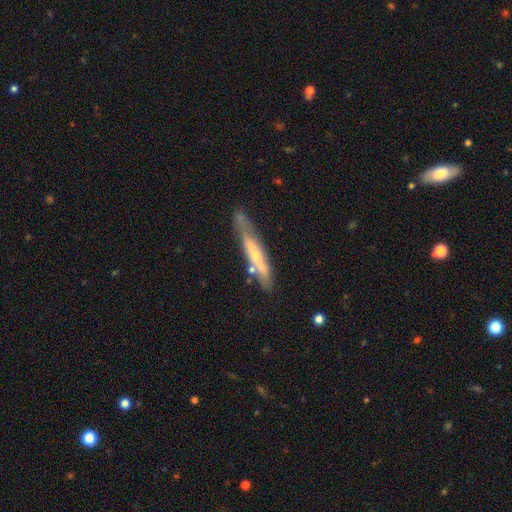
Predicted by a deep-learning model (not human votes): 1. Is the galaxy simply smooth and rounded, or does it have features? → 55% featured or disk, 39% smooth, 6% star or artifact.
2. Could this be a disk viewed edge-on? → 79% yes, 21% no.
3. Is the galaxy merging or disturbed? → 65% none, 22% minor disturbance, 8% merger, 6% major disturbance.